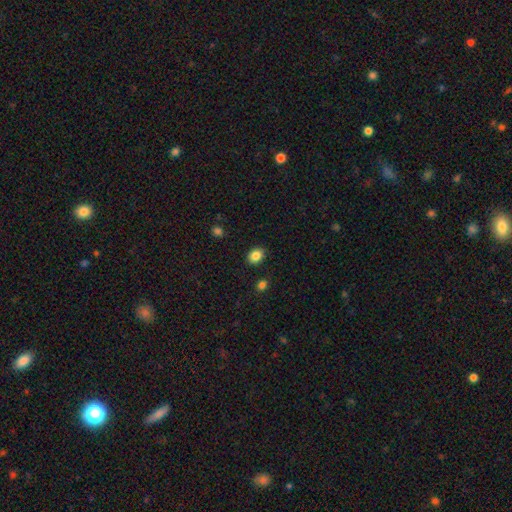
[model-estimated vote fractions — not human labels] Smooth or featured: smooth — 86% (star or artifact — 9%)
How rounded: in between — 62% (round — 37%)
Merging: none — 87% (minor disturbance — 8%)